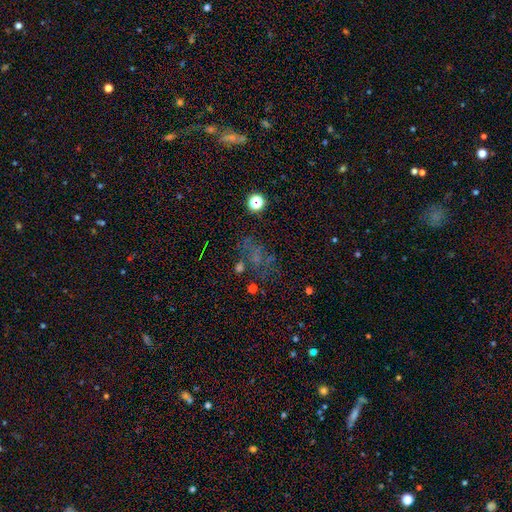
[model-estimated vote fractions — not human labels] This is marginally a star or artifact rather than a galaxy (43%).